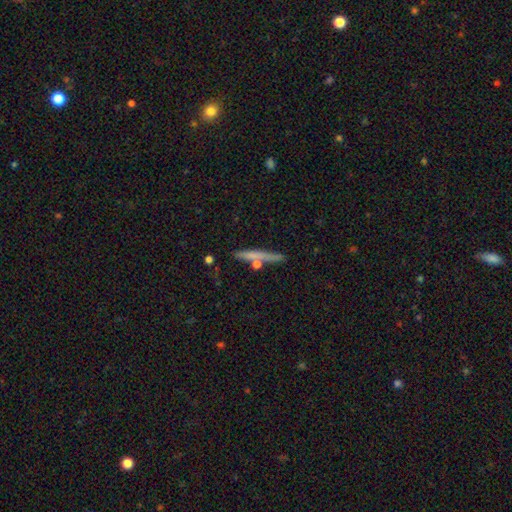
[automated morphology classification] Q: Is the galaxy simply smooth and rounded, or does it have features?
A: smooth — 53%.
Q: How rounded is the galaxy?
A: cigar-shaped — 94%.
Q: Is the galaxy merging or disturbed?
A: none — 79%.